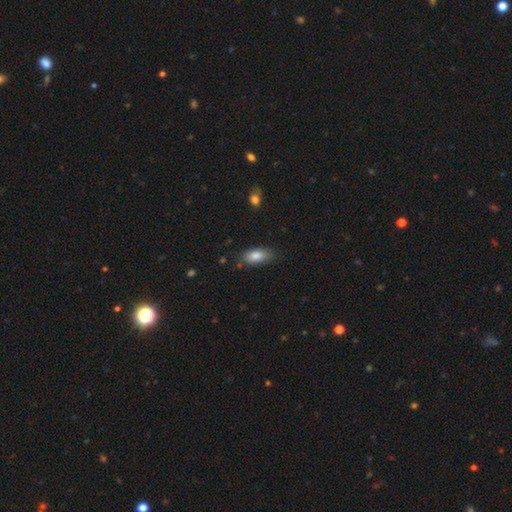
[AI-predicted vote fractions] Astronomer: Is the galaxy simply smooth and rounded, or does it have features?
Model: smooth — 84%.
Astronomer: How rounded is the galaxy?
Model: in between — 88%.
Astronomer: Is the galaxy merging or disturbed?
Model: none — 76%.